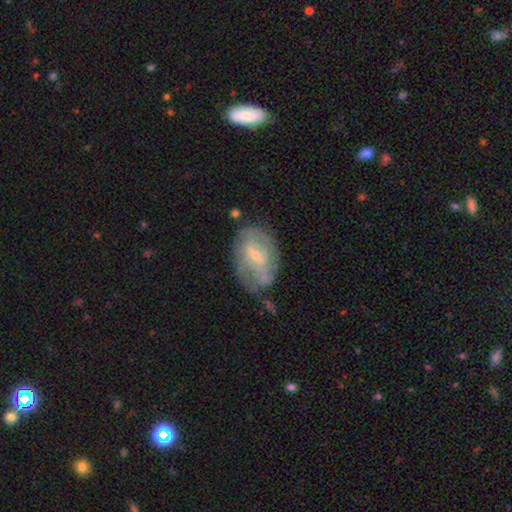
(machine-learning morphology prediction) This is likely a featured or disk galaxy (65%). It is clearly not viewed edge-on (94%). Bar: possibly weak (50%). Spiral arm pattern: possibly yes (60%). Central bulge: likely small (66%). Merging: possibly none (54%).